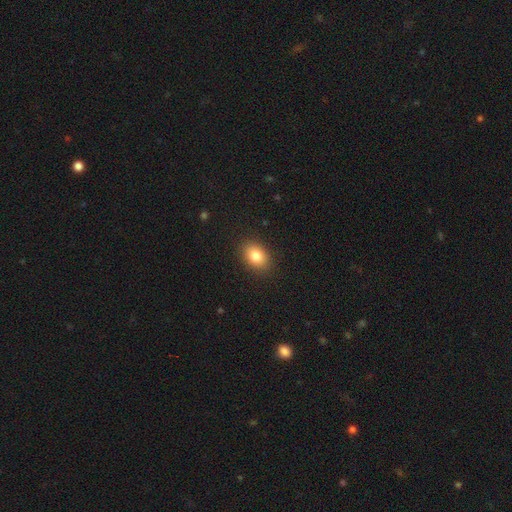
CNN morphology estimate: A smooth galaxy with no disk features (84%) that is in between round and cigar-shaped (77%).

Vote fractions:
- Smooth or featured? smooth: 84% / star or artifact: 9% / featured or disk: 7%
- How rounded? in between: 77% / round: 22% / cigar-shaped: 1%
- Merging? none: 88% / minor disturbance: 8% / major disturbance: 2% / merger: 1%